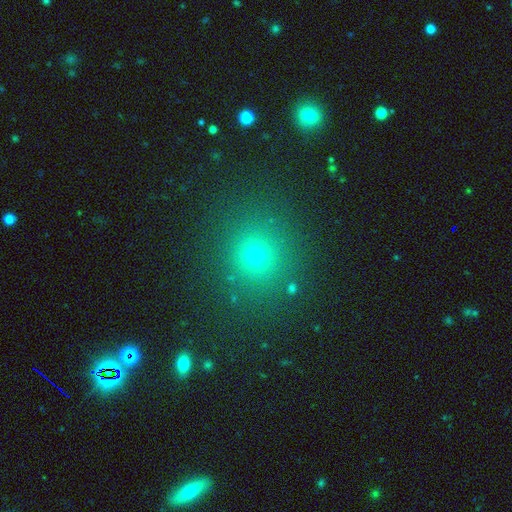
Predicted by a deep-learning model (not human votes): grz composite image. It shows a smooth galaxy with no disk features (71%) that is round (89%). Merging: none (87%).